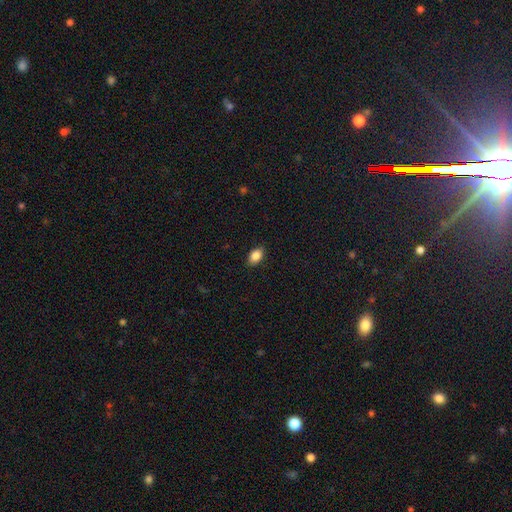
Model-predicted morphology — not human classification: smooth-or-featured: smooth: 88% | star or artifact: 8% | featured or disk: 4%
  how-rounded: in between: 88% | round: 10% | cigar-shaped: 2%
  merging: none: 87% | minor disturbance: 9% | major disturbance: 2% | merger: 1%